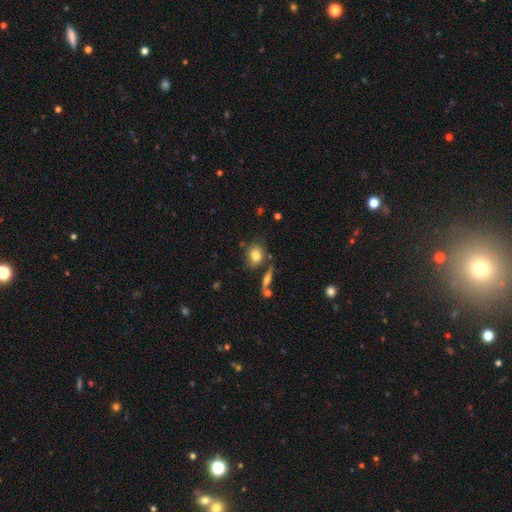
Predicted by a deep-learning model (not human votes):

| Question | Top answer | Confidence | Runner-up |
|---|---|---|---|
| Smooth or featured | smooth | 80% | featured or disk (10%) |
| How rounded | round | 54% | in between (43%) |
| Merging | none | 68% | minor disturbance (15%) |